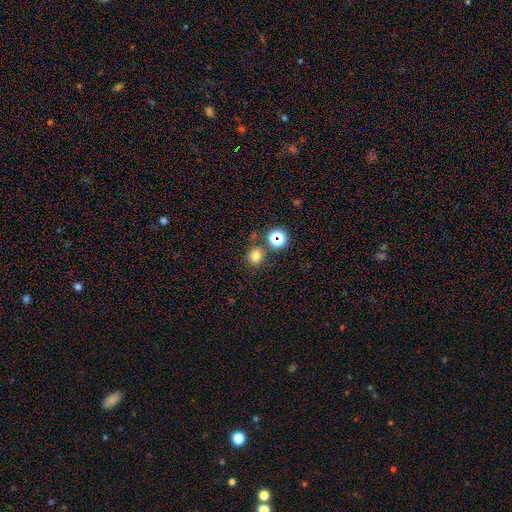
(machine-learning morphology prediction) Smooth or featured? smooth (76%)
How rounded? round (80%)
Merging? none (78%)